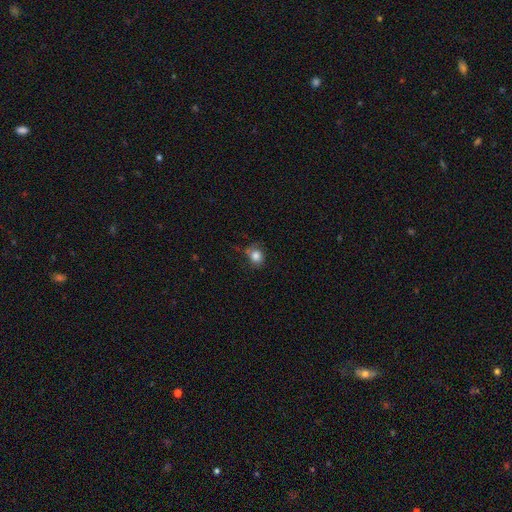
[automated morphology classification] type=smooth (83%); roundness=round (72%); merging=none (64%).